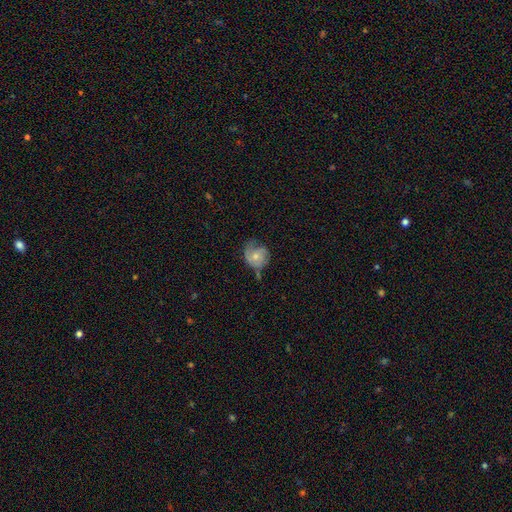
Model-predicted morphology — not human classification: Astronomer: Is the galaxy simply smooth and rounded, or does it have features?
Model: featured or disk — 57% (runner-up: smooth, 34%).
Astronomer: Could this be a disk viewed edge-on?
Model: no — 97%.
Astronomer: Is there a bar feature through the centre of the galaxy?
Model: no — 78%.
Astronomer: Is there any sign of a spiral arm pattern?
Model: yes — 80%.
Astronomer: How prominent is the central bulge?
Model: moderate — 49% (runner-up: small, 46%).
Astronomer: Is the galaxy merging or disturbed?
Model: none — 52% (runner-up: minor disturbance, 29%).